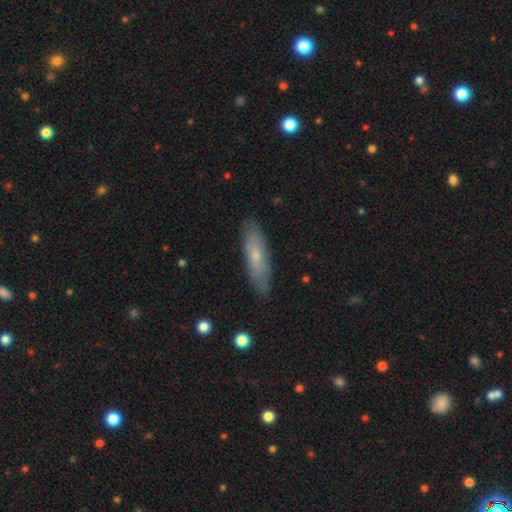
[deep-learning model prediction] This appears to be a smooth galaxy with no disk features (62%) that is cigar-shaped (62%). Merging: none (83%).